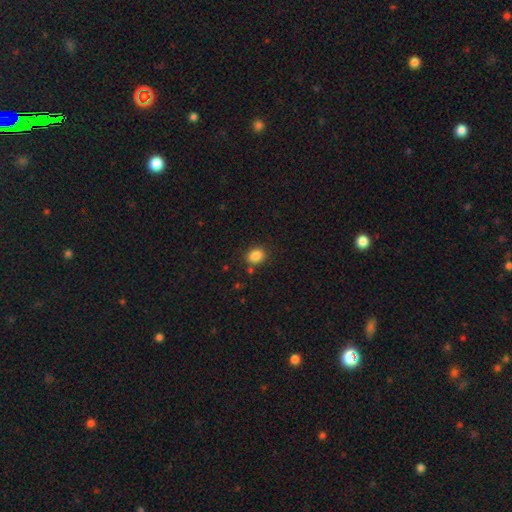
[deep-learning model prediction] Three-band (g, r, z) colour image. It shows a smooth galaxy with no disk features (86%) that is in between round and cigar-shaped (57%). Merging: none (83%).